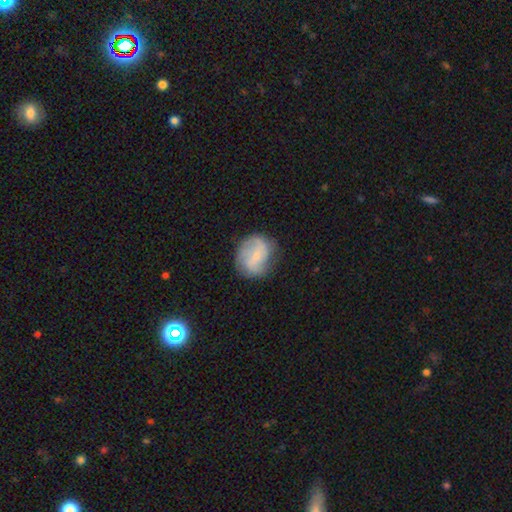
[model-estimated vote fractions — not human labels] Smooth or featured: featured or disk — 53% (smooth — 39%)
Edge-on disk: no — 97% (yes — 3%)
Bar: no — 43% (tied with weak — 43%)
Spiral arms: yes — 82% (no — 18%)
Bulge size: small — 67% (moderate — 21%)
Merging: none — 69% (minor disturbance — 21%)